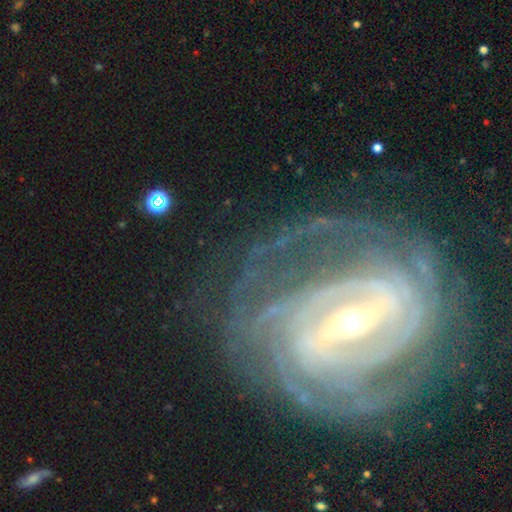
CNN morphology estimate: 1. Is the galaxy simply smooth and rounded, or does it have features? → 91% featured or disk, 5% star or artifact, 3% smooth.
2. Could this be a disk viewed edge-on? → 96% no, 4% yes.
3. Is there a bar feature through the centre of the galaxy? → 70% strong, 23% weak, 7% no.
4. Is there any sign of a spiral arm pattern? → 97% yes, 3% no.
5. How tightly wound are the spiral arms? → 75% tight, 21% medium, 4% loose.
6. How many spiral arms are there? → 23% can't tell, 22% 4, 17% 2, 16% 3, 14% more than 4, 7% 1.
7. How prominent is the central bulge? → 56% small, 39% moderate, 3% large, 1% none, 1% dominant.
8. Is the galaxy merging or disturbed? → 73% none, 15% minor disturbance, 10% major disturbance, 2% merger.